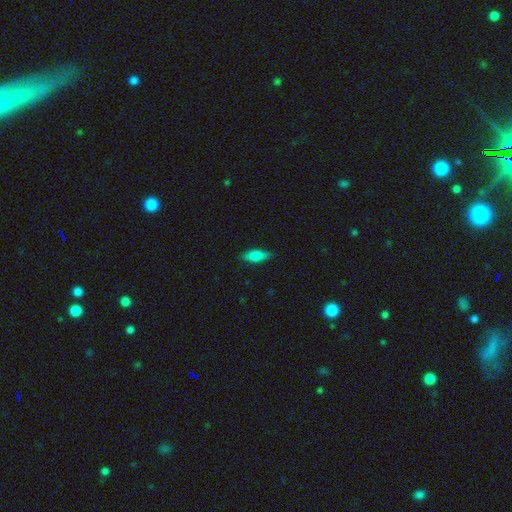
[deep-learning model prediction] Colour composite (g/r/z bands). It shows a smooth galaxy with no disk features (81%) that is in between round and cigar-shaped (74%). Merging: none (85%).